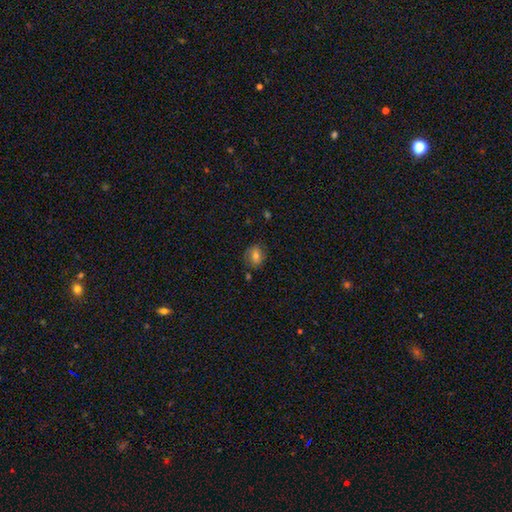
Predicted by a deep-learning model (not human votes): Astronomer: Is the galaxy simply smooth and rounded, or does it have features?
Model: smooth — 71%.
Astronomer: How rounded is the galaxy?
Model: round — 58% (runner-up: in between, 41%).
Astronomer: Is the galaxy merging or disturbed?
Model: none — 76%.